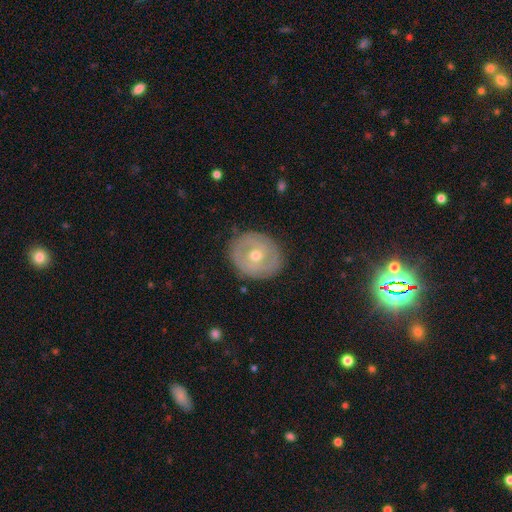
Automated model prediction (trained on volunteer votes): Smooth or featured? featured or disk (69%)
Edge-on disk? no (96%)
Bar? no (67%)
Spiral arms? yes (62%)
Bulge size? moderate (60%)
Merging? none (84%)